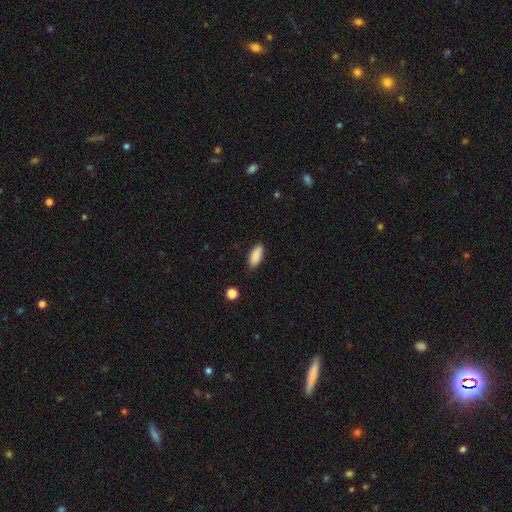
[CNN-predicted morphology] Smooth or featured? smooth (85%)
How rounded? in between (87%)
Merging? none (83%)